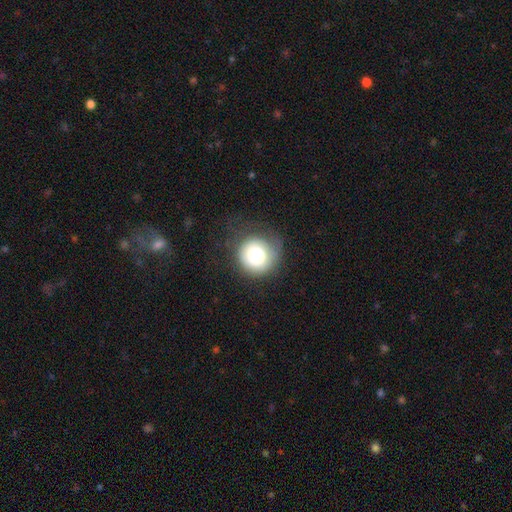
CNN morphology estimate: The model was most divided on "merging": none: 65%, minor disturbance: 21%, major disturbance: 12%, merger: 1%. More confident: how rounded — round (93%); smooth or featured — smooth (77%).